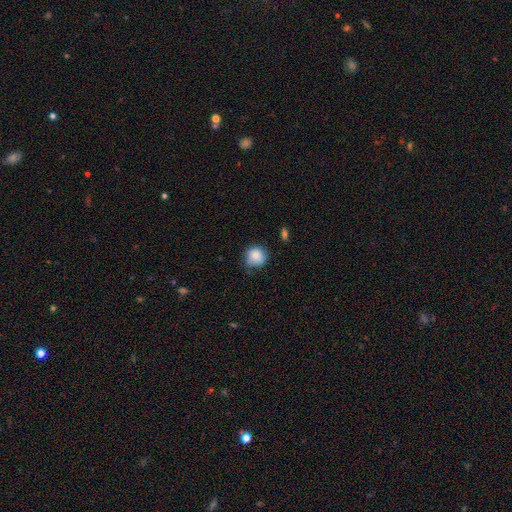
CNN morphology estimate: smooth-or-featured: smooth: 82% | featured or disk: 9% | star or artifact: 9%
  how-rounded: round: 84% | in between: 15% | cigar-shaped: 1%
  merging: none: 59% | minor disturbance: 31% | major disturbance: 7% | merger: 3%